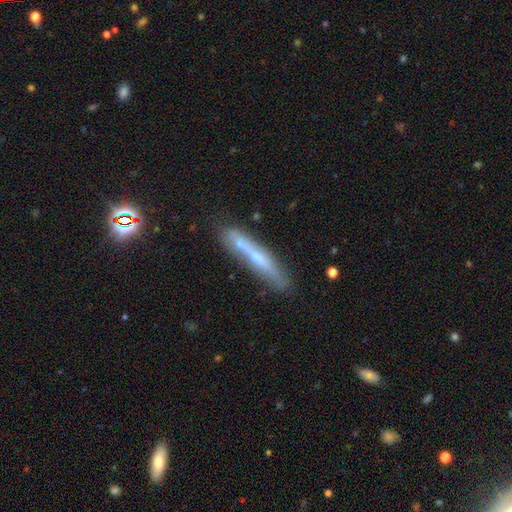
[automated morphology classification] Smooth or featured: featured or disk — 49% (smooth — 43%)
Merging: none — 68% (minor disturbance — 18%)